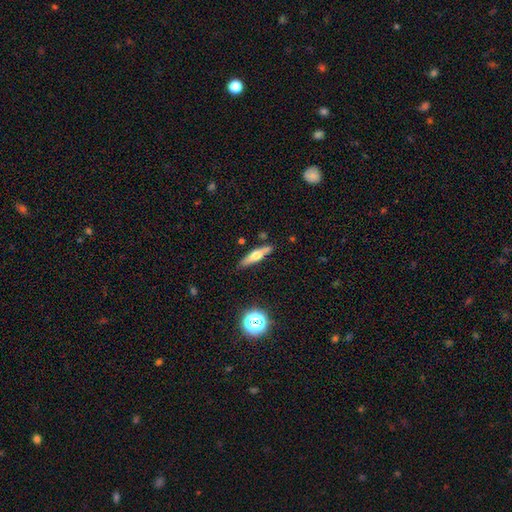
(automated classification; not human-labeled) Smooth or featured? featured or disk (53%)
Edge-on disk? yes (92%)
Merging? none (85%)